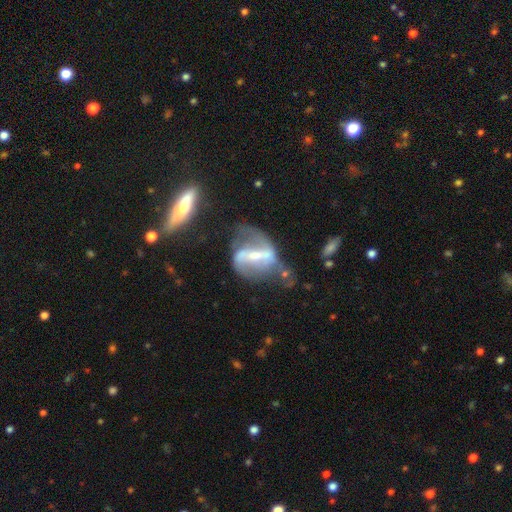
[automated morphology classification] Smooth or featured? featured or disk (82%)
Edge-on disk? no (93%)
Bar? strong (67%)
Spiral arms? yes (81%)
Spiral winding? loose (53%)
Spiral arm count? 2 (82%)
Bulge size? small (50%)
Merging? none (42%)